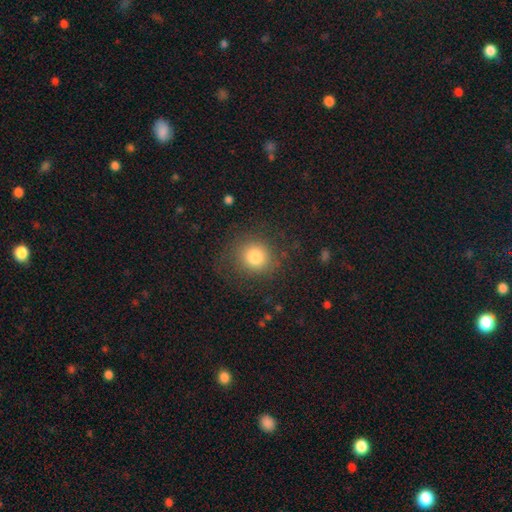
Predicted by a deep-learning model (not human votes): smooth_or_featured: smooth (p=0.69) [alt: star or artifact p=0.22]
how_rounded: round (p=0.86) [alt: in between p=0.13]
merging: none (p=0.86) [alt: minor disturbance p=0.09]